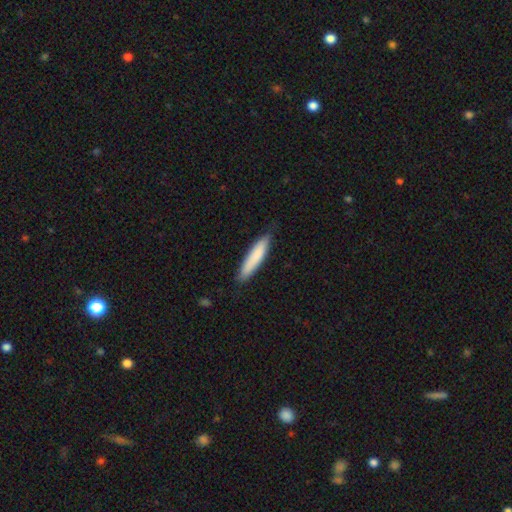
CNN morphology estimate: A smooth galaxy with no disk features (80%) that is cigar-shaped (87%). Merging: none (82%).